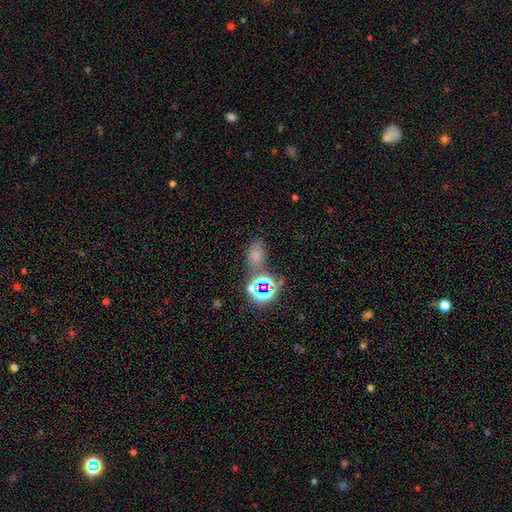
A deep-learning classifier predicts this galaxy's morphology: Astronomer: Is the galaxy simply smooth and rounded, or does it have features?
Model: smooth — 58%.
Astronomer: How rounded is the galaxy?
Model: in between — 80%.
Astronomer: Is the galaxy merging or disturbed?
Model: none — 55%.